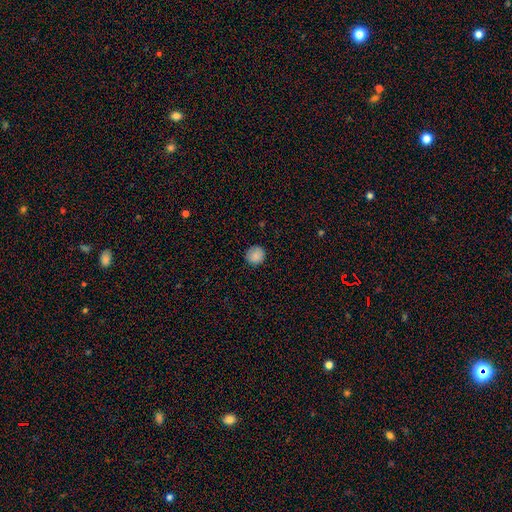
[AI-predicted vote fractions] Q: Smooth or featured?
A: smooth (88%); runner-up: star or artifact (9%)
Q: How rounded?
A: round (91%); runner-up: in between (8%)
Q: Merging?
A: none (88%); runner-up: minor disturbance (9%)